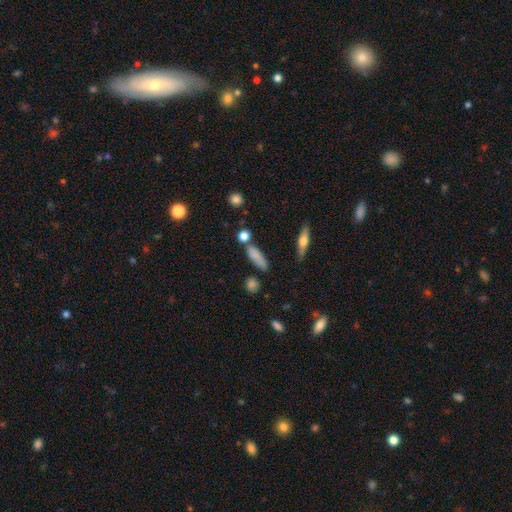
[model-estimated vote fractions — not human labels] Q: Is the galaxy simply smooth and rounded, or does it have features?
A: smooth — 77%.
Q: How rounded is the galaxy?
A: in between — 50%.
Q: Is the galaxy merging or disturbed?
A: none — 62%.